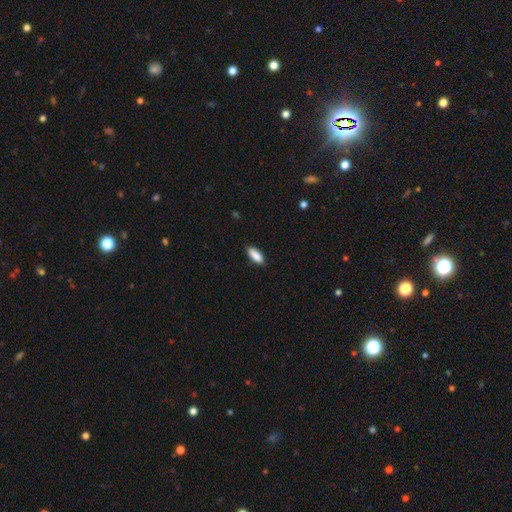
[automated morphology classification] This is clearly a smooth galaxy (88%). How rounded: likely in between (75%). Merging: clearly none (86%).